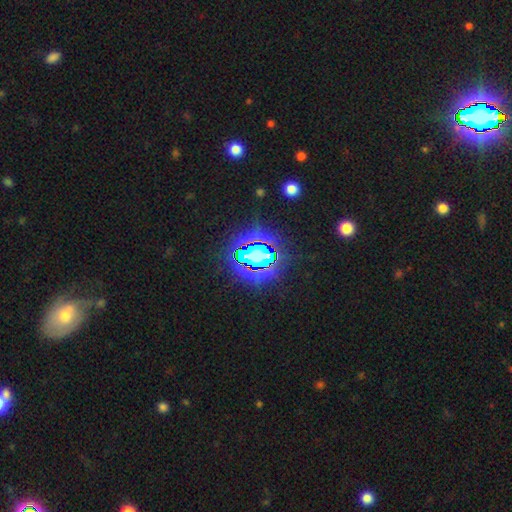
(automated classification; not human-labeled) Smooth or featured? star or artifact (71%)